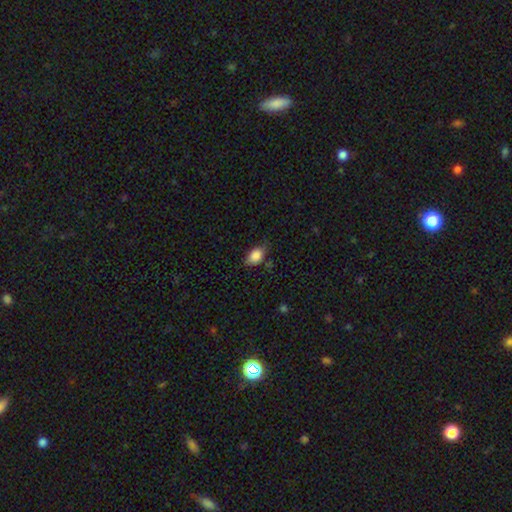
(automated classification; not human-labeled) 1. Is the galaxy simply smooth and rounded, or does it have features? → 86% smooth, 8% star or artifact, 6% featured or disk.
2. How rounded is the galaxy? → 85% in between, 13% round, 2% cigar-shaped.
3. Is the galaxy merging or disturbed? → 62% none, 30% minor disturbance, 6% major disturbance, 2% merger.